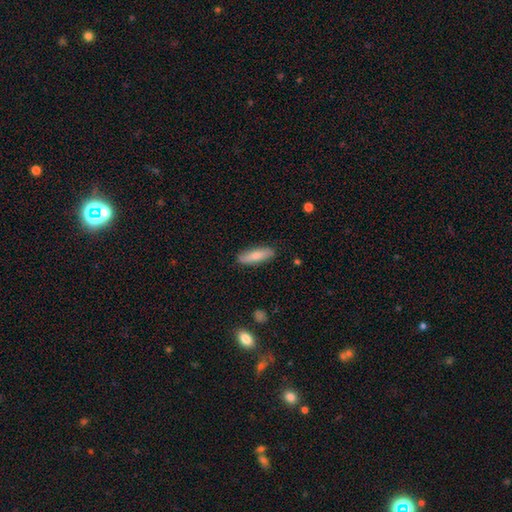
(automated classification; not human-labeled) A smooth galaxy with no disk features (74%) that is cigar-shaped (53%). Merging: none (87%).